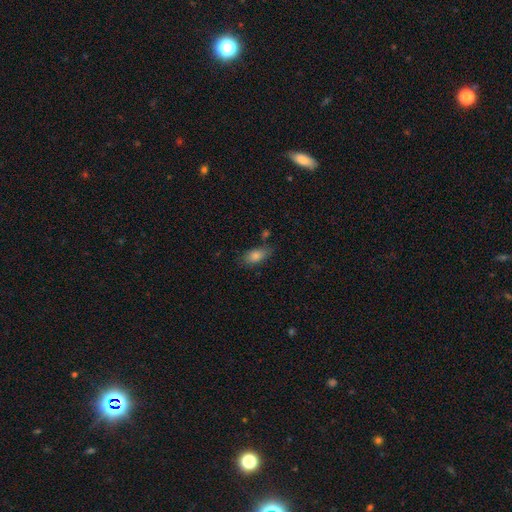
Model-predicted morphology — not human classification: Overall: smooth (81%). How rounded: in between (87%). Merging: none (71%).